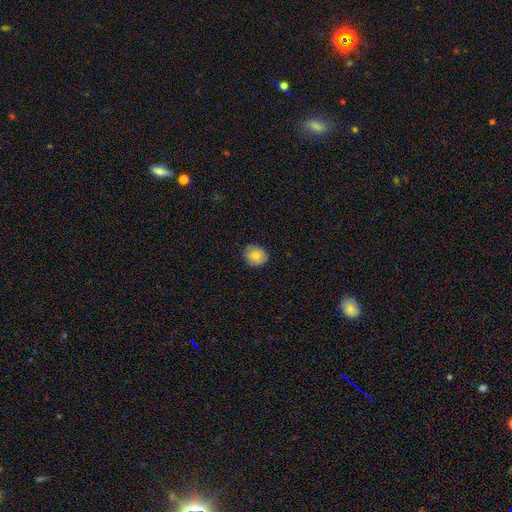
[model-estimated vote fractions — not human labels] smooth_or_featured: smooth (p=0.80) [alt: featured or disk p=0.12]
how_rounded: round (p=0.77) [alt: in between p=0.22]
merging: none (p=0.85) [alt: minor disturbance p=0.12]